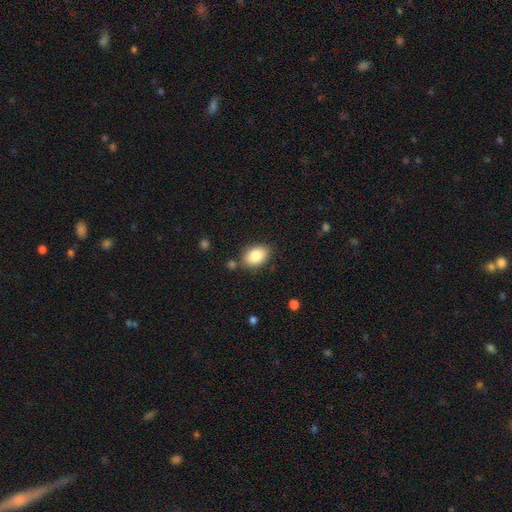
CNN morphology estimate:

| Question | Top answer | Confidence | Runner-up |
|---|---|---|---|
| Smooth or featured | smooth | 86% | star or artifact (7%) |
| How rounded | in between | 84% | round (14%) |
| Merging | none | 80% | minor disturbance (12%) |